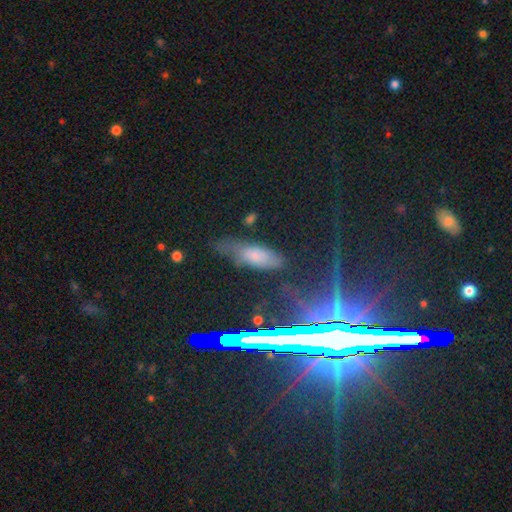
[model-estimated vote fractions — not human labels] smooth 45%, star or artifact 30%, featured or disk 25%. Down the decision tree: merging — none (68%).